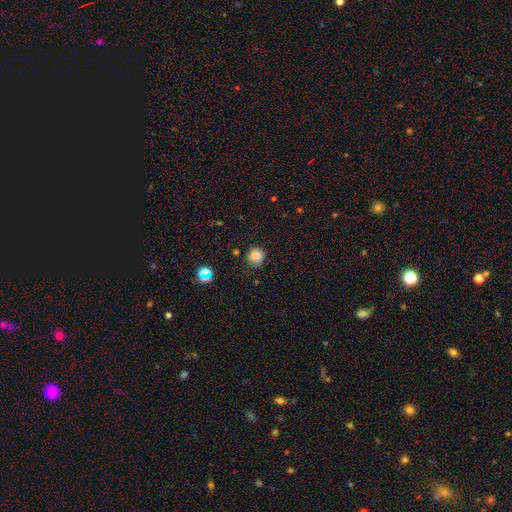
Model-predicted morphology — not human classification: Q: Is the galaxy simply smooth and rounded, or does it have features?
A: smooth — 81%.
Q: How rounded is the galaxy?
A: round — 87%.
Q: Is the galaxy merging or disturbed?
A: none — 75%.